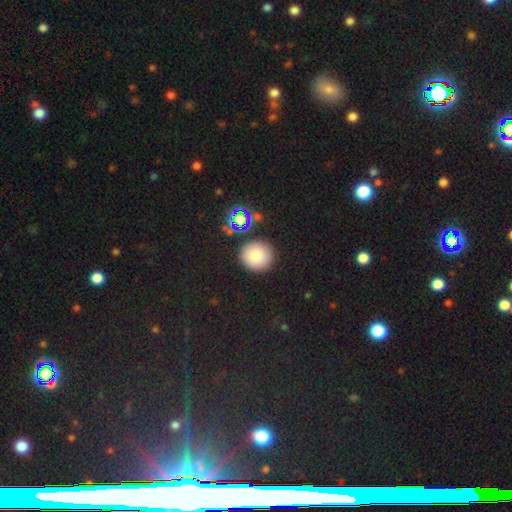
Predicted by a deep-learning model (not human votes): smooth-or-featured: smooth: 82% | star or artifact: 12% | featured or disk: 6%
  how-rounded: round: 90% | in between: 9% | cigar-shaped: 1%
  merging: none: 85% | minor disturbance: 9% | merger: 4% | major disturbance: 3%